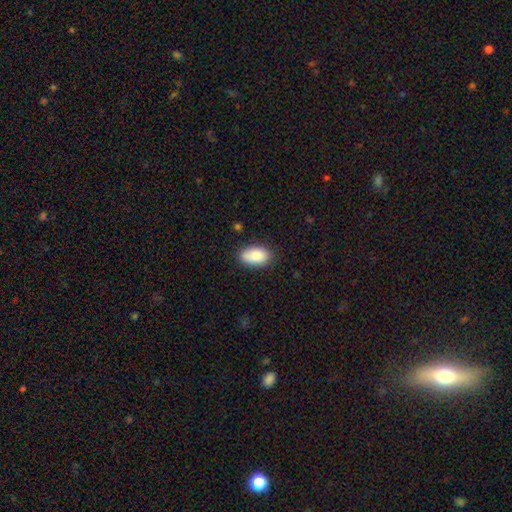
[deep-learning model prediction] This is clearly a smooth galaxy (86%). How rounded: clearly in between (93%). Merging: clearly none (81%).